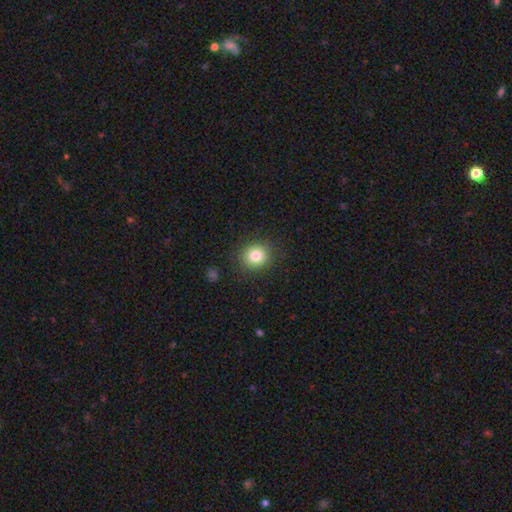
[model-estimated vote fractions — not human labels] Smooth or featured?
  - smooth: 82% *
  - star or artifact: 11%
  - featured or disk: 8%
How rounded?
  - round: 80% *
  - in between: 19%
  - cigar-shaped: 1%
Merging?
  - none: 87% *
  - minor disturbance: 8%
  - major disturbance: 3%
  - merger: 1%